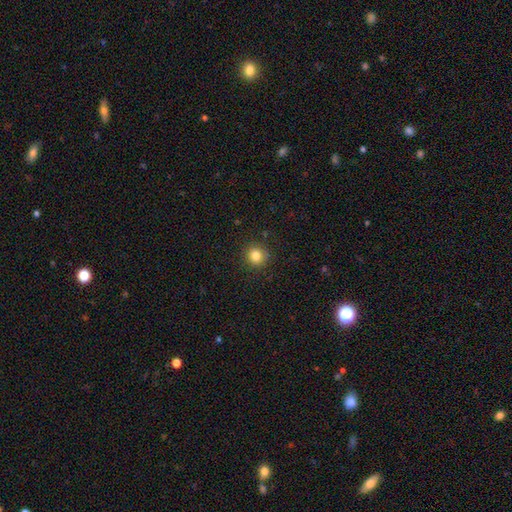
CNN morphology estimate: A smooth galaxy with no disk features (83%) that is round (92%). Merging: none (90%).